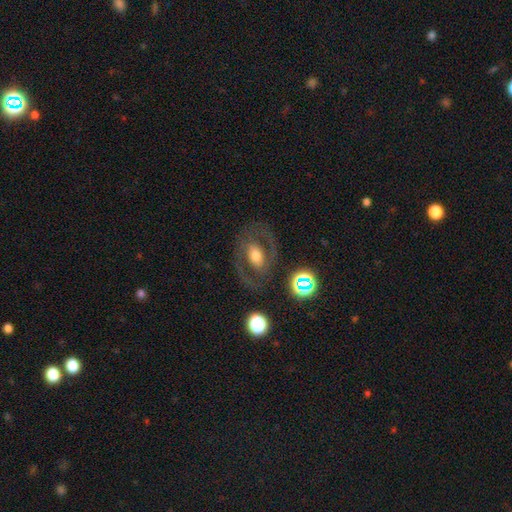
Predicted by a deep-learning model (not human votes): Smooth or featured?
  - featured or disk: 64% *
  - smooth: 26%
  - star or artifact: 10%
Edge-on disk?
  - no: 95% *
  - yes: 5%
Bar?
  - no: 44% *
  - weak: 33%
  - strong: 23%
Spiral arms?
  - yes: 64% *
  - no: 36%
Bulge size?
  - moderate: 56% *
  - large: 22%
  - small: 16%
  - dominant: 3%
  - none: 2%
Merging?
  - none: 75% *
  - minor disturbance: 12%
  - major disturbance: 11%
  - merger: 2%